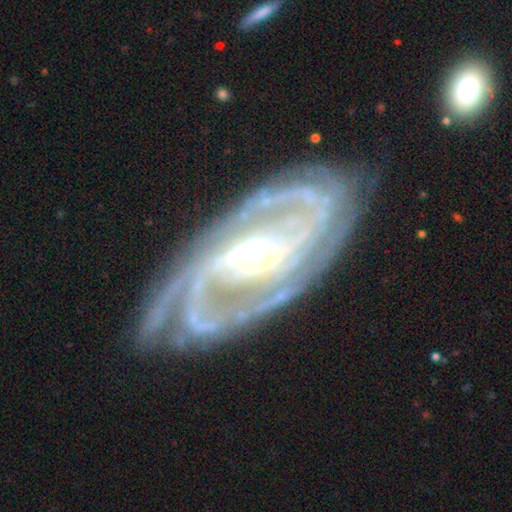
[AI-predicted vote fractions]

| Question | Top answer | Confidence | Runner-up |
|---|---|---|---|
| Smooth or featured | featured or disk | 93% | star or artifact (4%) |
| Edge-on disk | no | 95% | yes (5%) |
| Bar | strong | 39% | weak (33%) |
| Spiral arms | yes | 98% | no (2%) |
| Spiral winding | tight | 63% | medium (32%) |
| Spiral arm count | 2 | 37% | 3 (29%) |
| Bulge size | moderate | 56% | small (38%) |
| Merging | none | 78% | minor disturbance (15%) |